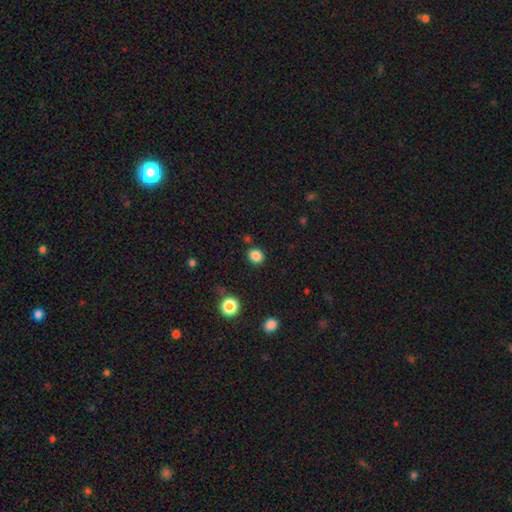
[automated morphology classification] Smooth or featured?
  - smooth: 84% *
  - star or artifact: 12%
  - featured or disk: 4%
How rounded?
  - round: 74% *
  - in between: 25%
  - cigar-shaped: 1%
Merging?
  - none: 86% *
  - minor disturbance: 8%
  - merger: 3%
  - major disturbance: 3%